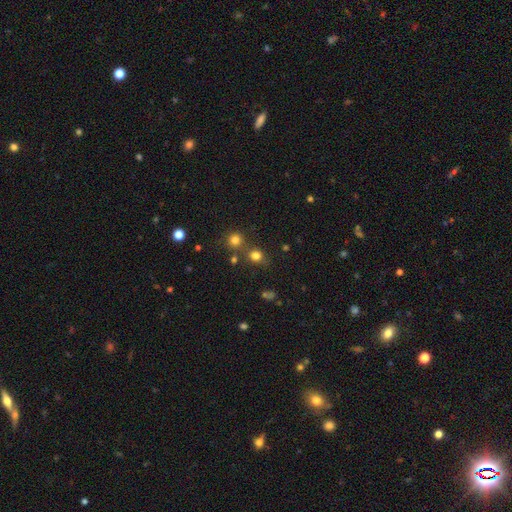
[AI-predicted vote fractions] Q: Smooth or featured?
A: smooth (76%); runner-up: star or artifact (18%)
Q: How rounded?
A: round (77%); runner-up: in between (22%)
Q: Merging?
A: none (68%); runner-up: merger (17%)